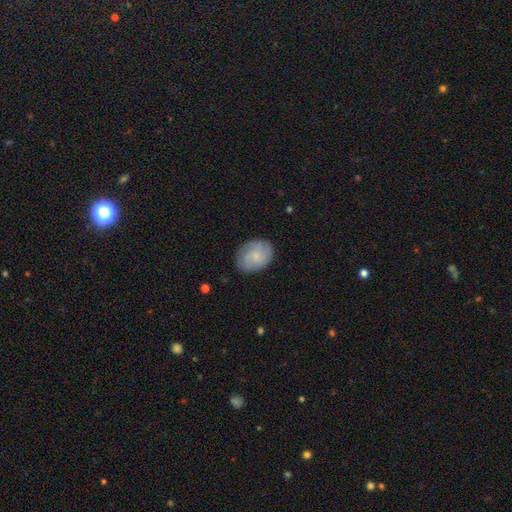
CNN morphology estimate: Smooth or featured? Predicted: smooth (p=0.57). How rounded? Predicted: in between (p=0.60). Merging? Predicted: none (p=0.79).